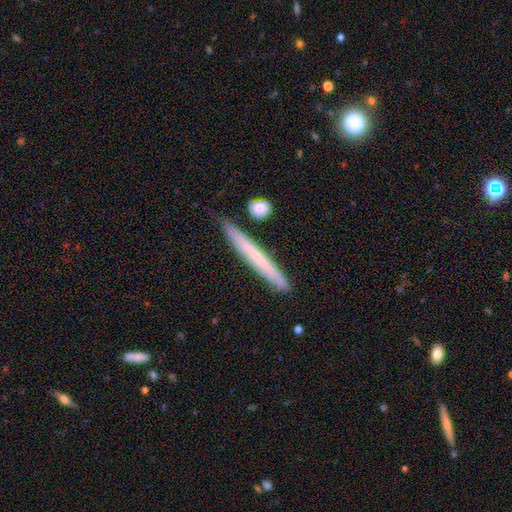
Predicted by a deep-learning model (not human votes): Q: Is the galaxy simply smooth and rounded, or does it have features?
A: smooth — 54%.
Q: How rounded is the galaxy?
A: cigar-shaped — 96%.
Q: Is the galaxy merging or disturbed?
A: none — 82%.